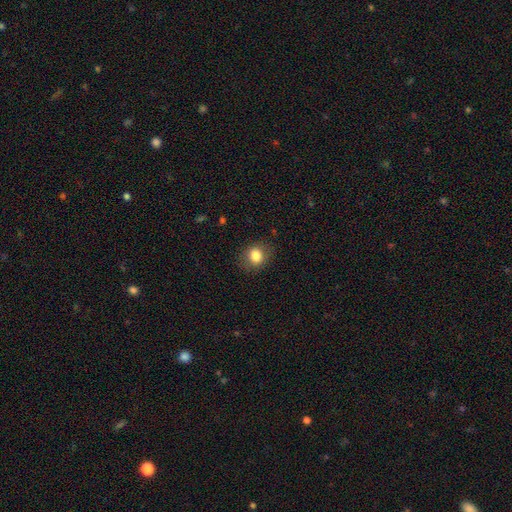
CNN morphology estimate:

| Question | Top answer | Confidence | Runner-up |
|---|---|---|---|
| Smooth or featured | smooth | 82% | star or artifact (10%) |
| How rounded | round | 58% | in between (41%) |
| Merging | none | 82% | minor disturbance (12%) |